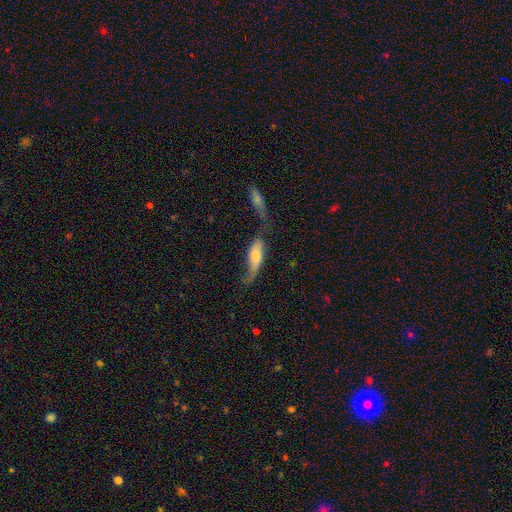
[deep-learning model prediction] Smooth or featured?
  - smooth: 60% *
  - featured or disk: 33%
  - star or artifact: 6%
How rounded?
  - in between: 58% *
  - cigar-shaped: 39%
  - round: 2%
Merging?
  - none: 28% *
  - minor disturbance: 27%
  - major disturbance: 23%
  - merger: 23%